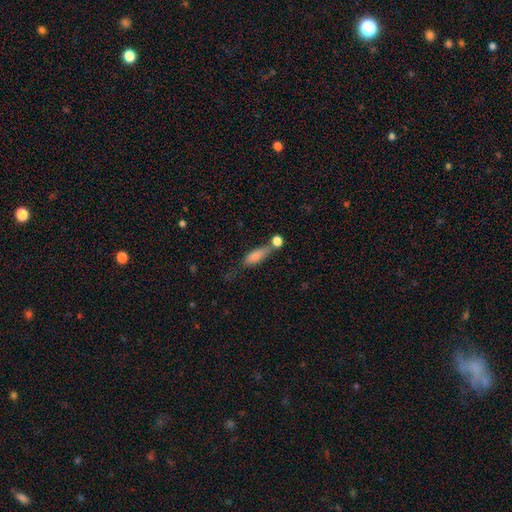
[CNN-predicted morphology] Smooth or featured? smooth (80%)
How rounded? in between (61%)
Merging? none (39%)